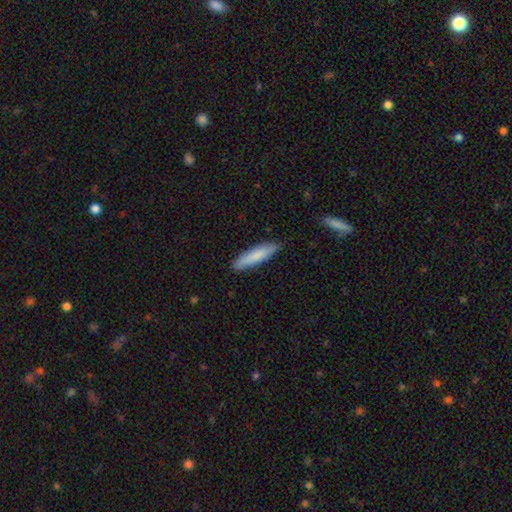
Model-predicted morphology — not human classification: Smooth or featured? smooth (81%)
How rounded? cigar-shaped (78%)
Merging? none (87%)